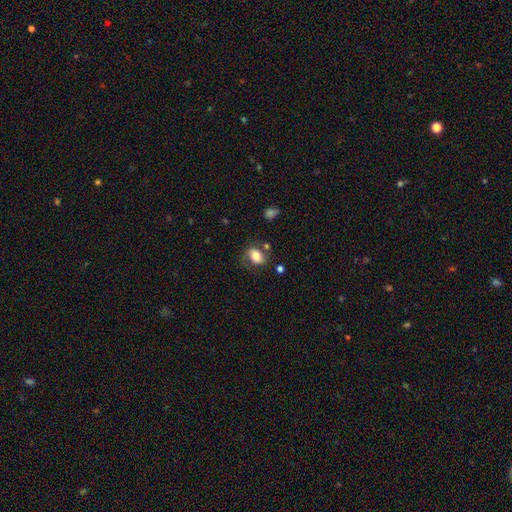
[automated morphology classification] A smooth galaxy with no disk features (69%) that is in between round and cigar-shaped (73%). Merging: none (63%).